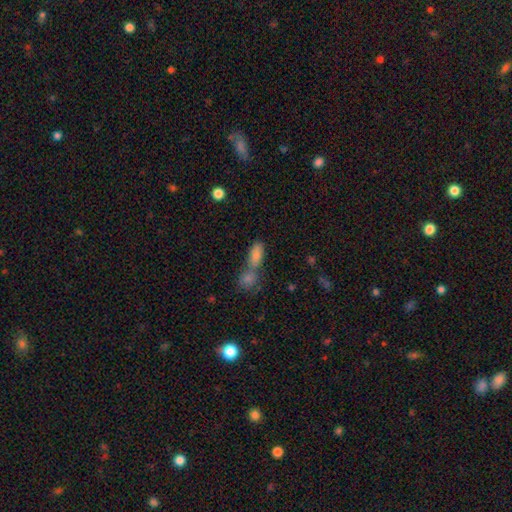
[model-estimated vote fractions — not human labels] smooth-or-featured: smooth: 83% | star or artifact: 10% | featured or disk: 8%
  how-rounded: in between: 78% | cigar-shaped: 15% | round: 6%
  merging: merger: 53% | none: 34% | minor disturbance: 9% | major disturbance: 4%